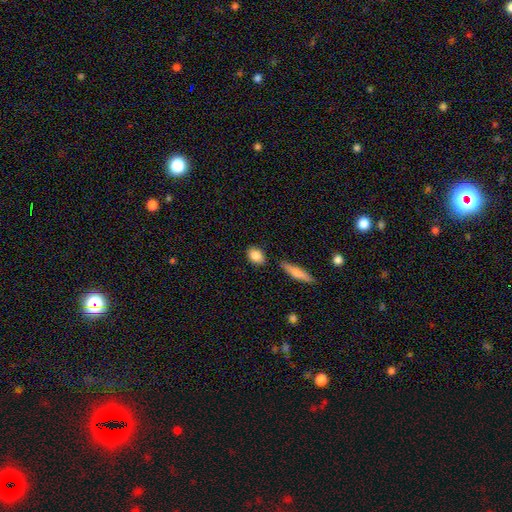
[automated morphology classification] smooth-or-featured: smooth: 86% | star or artifact: 7% | featured or disk: 7%
  how-rounded: in between: 71% | round: 25% | cigar-shaped: 4%
  merging: none: 80% | minor disturbance: 12% | merger: 5% | major disturbance: 3%